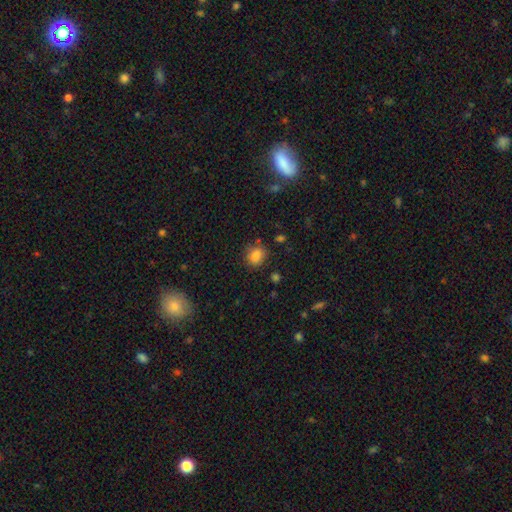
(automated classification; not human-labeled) A smooth galaxy with no disk features (83%) that is in between round and cigar-shaped (50%).

Vote fractions:
- Smooth or featured? smooth: 83% / star or artifact: 11% / featured or disk: 6%
- How rounded? in between: 50% / round: 49% / cigar-shaped: 1%
- Merging? none: 75% / minor disturbance: 16% / major disturbance: 5% / merger: 4%